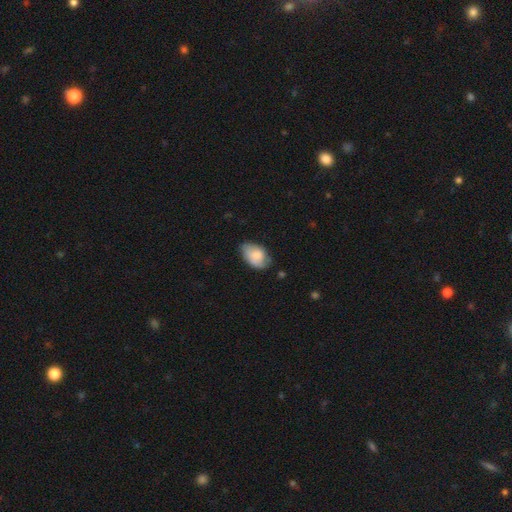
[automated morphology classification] A smooth galaxy with no disk features (76%) that is in between round and cigar-shaped (88%).

Vote fractions:
- Smooth or featured? smooth: 76% / featured or disk: 17% / star or artifact: 7%
- How rounded? in between: 88% / round: 11% / cigar-shaped: 1%
- Merging? none: 56% / minor disturbance: 35% / major disturbance: 8% / merger: 2%